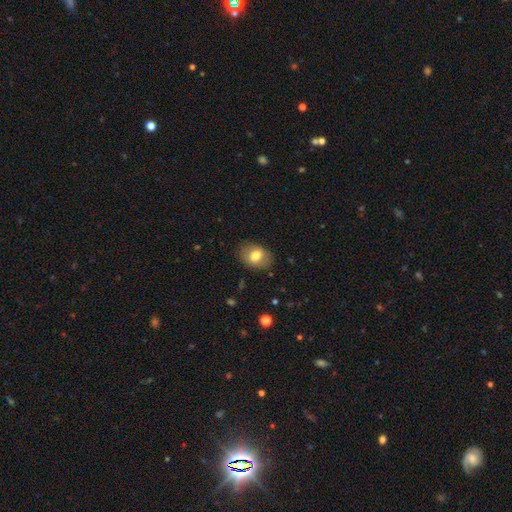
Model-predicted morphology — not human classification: The model was most divided on "how rounded": in between: 67%, round: 32%, cigar-shaped: 1%. More confident: merging — none (81%); smooth or featured — smooth (73%).